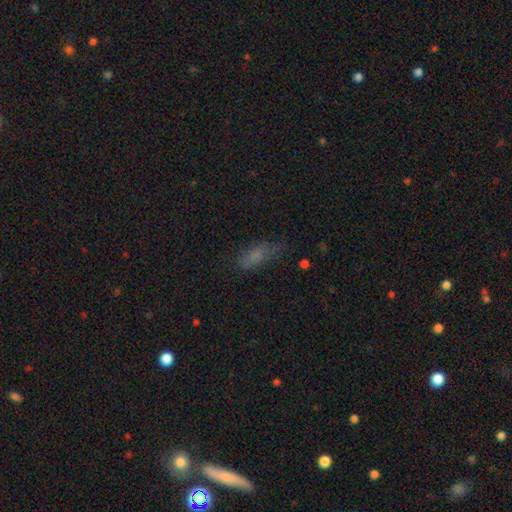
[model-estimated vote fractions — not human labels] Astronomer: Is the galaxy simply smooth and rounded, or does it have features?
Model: smooth — 69%.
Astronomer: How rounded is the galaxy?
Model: in between — 68%.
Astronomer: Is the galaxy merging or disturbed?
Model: none — 60%.